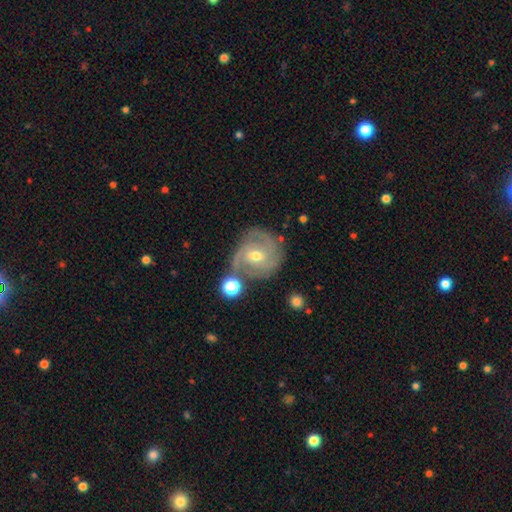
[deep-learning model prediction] Overall: featured or disk (85%). Edge-on disk: no (97%). Bar: no (45%; weak 42%). Spiral arms: yes (96%). Spiral arm count: 3 (38%; 2 33%). Spiral winding: tight (54%; medium 38%). Bulge size: moderate (60%; small 36%). Merging: none (68%).